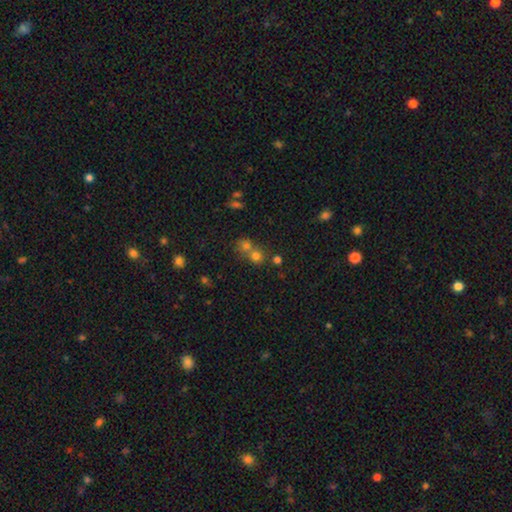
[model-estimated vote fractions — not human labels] A smooth galaxy with no disk features (71%) that is round (84%).

Vote fractions:
- Smooth or featured? smooth: 71% / star or artifact: 19% / featured or disk: 10%
- How rounded? round: 84% / in between: 15% / cigar-shaped: 1%
- Merging? merger: 47% / none: 45% / minor disturbance: 6% / major disturbance: 3%